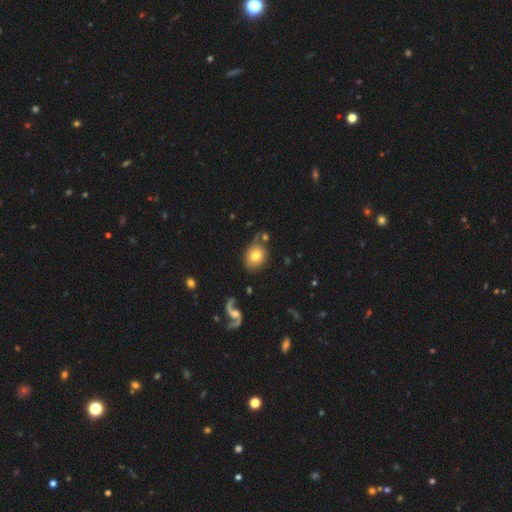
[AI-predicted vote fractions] smooth 74%, featured or disk 17%, star or artifact 8%. Down the decision tree: how rounded — round (63%); merging — none (68%).